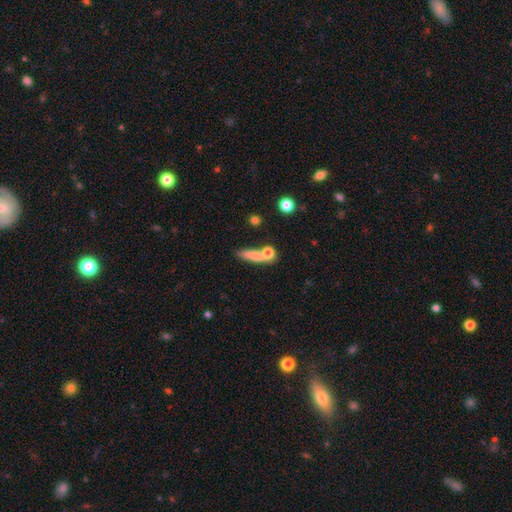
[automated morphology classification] This is likely a smooth galaxy (73%). How rounded: likely cigar-shaped (61%). Merging: possibly none (54%).